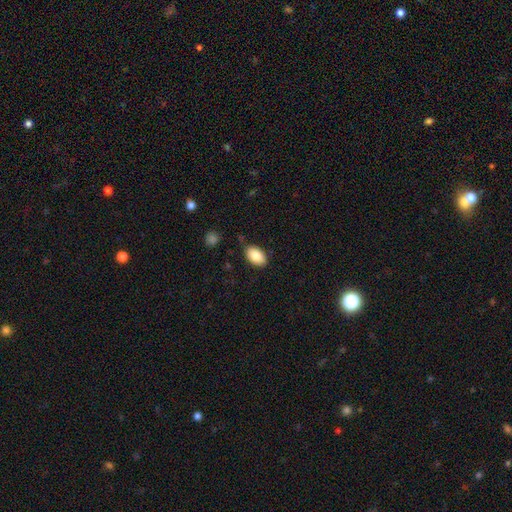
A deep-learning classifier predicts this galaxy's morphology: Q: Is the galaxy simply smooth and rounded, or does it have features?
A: smooth — 87%.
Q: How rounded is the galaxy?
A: in between — 92%.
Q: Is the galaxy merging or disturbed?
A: none — 81%.